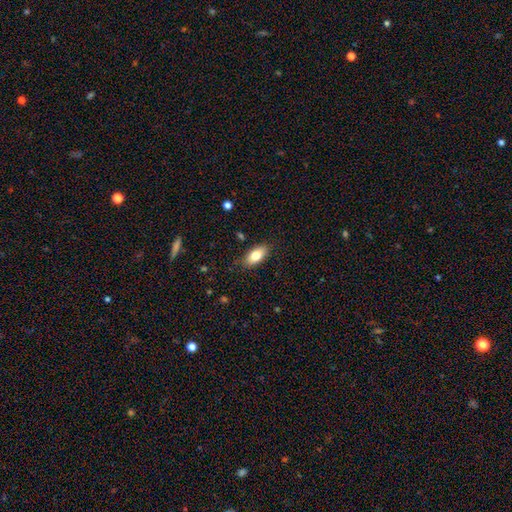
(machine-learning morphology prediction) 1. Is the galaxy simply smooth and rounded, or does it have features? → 80% smooth, 13% featured or disk, 7% star or artifact.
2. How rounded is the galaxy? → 88% in between, 8% cigar-shaped, 3% round.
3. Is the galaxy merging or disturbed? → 85% none, 12% minor disturbance, 2% major disturbance, 1% merger.